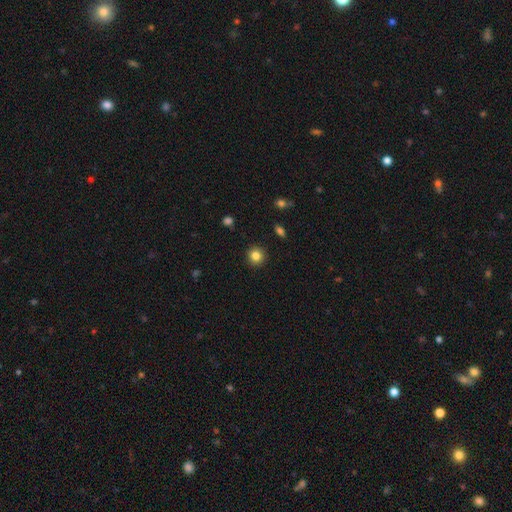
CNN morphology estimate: This is clearly a smooth galaxy (83%). How rounded: clearly round (92%). Merging: clearly none (92%).